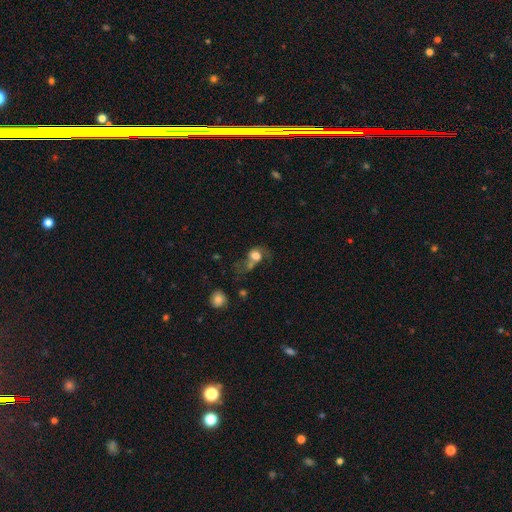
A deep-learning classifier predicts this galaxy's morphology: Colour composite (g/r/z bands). It shows a smooth galaxy with no disk features (61%) that is round (63%). Merging: merger (46%).